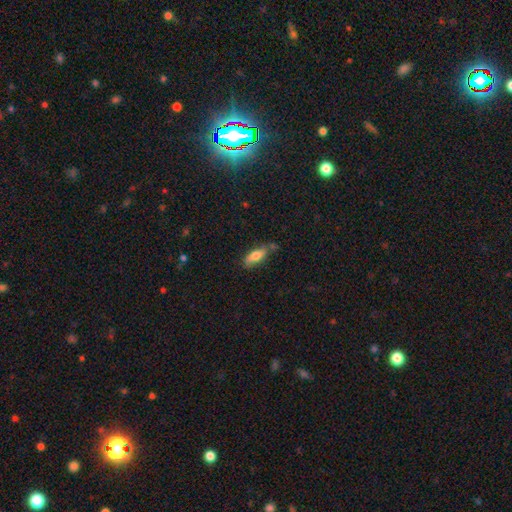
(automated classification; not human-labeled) Smooth or featured? Predicted: smooth (p=0.69). How rounded? Predicted: in between (p=0.67). Merging? Predicted: none (p=0.61).